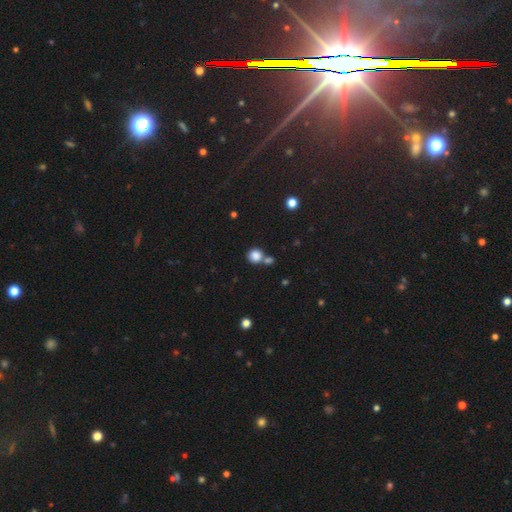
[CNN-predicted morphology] A smooth galaxy with no disk features (84%) that is round (88%).

Vote fractions:
- Smooth or featured? smooth: 84% / star or artifact: 11% / featured or disk: 5%
- How rounded? round: 88% / in between: 11% / cigar-shaped: 1%
- Merging? none: 59% / merger: 29% / minor disturbance: 9% / major disturbance: 3%